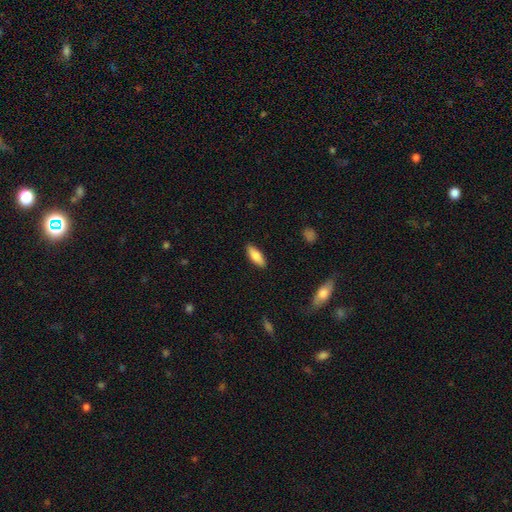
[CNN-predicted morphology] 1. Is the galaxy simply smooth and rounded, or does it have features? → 80% smooth, 14% featured or disk, 6% star or artifact.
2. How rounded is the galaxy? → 70% in between, 28% cigar-shaped, 2% round.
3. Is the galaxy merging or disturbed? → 88% none, 9% minor disturbance, 2% major disturbance, 1% merger.